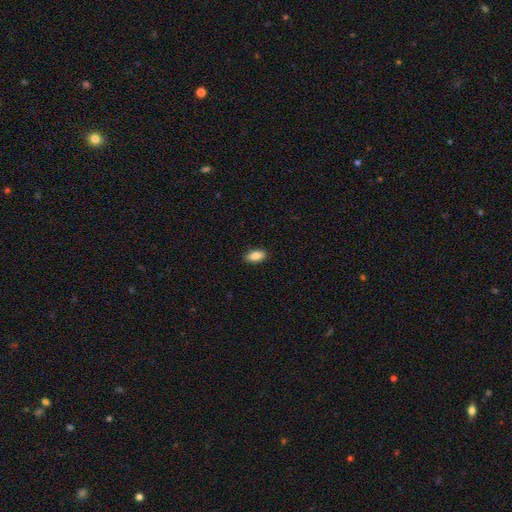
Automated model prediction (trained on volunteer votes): Morphology: type=smooth (85%); roundness=in between (90%); merging=none (89%).